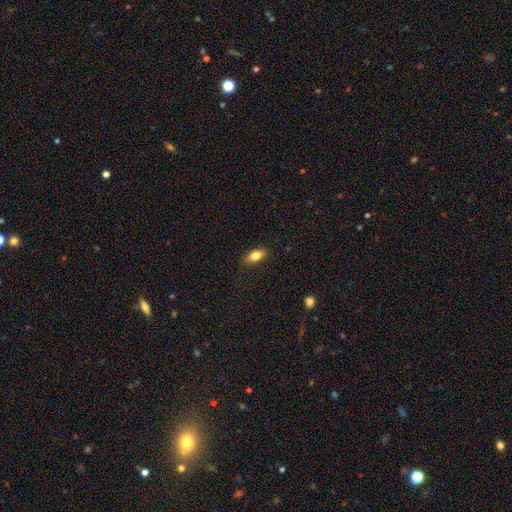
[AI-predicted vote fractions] smooth 78%, featured or disk 14%, star or artifact 8%. Down the decision tree: how rounded — in between (84%); merging — none (84%).